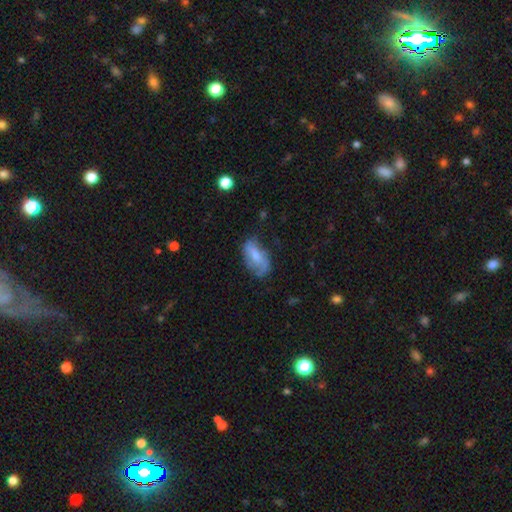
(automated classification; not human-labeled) Smooth or featured: smooth — 57% (featured or disk — 36%)
How rounded: in between — 89% (cigar-shaped — 6%)
Merging: none — 50% (minor disturbance — 32%)